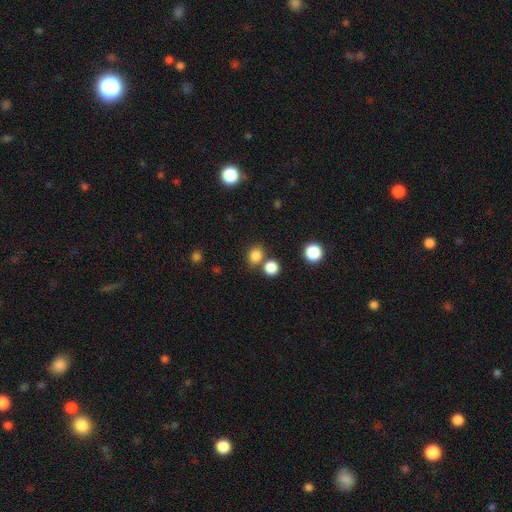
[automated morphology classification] smooth_or_featured: smooth (p=0.82) [alt: star or artifact p=0.13]
how_rounded: round (p=0.64) [alt: in between p=0.35]
merging: none (p=0.65) [alt: merger p=0.22]